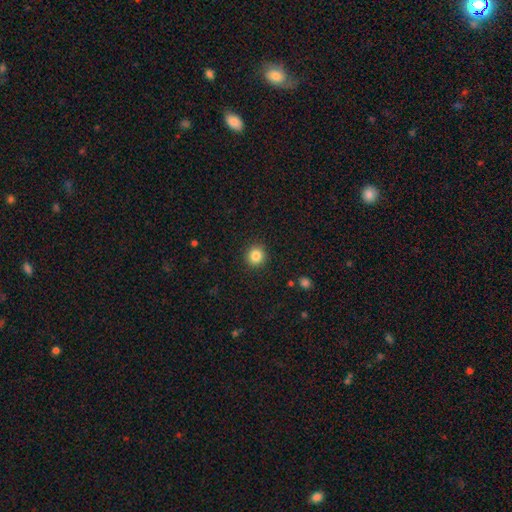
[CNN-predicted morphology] Q: Smooth or featured?
A: smooth (85%); runner-up: star or artifact (11%)
Q: How rounded?
A: round (93%); runner-up: in between (6%)
Q: Merging?
A: none (92%); runner-up: minor disturbance (5%)